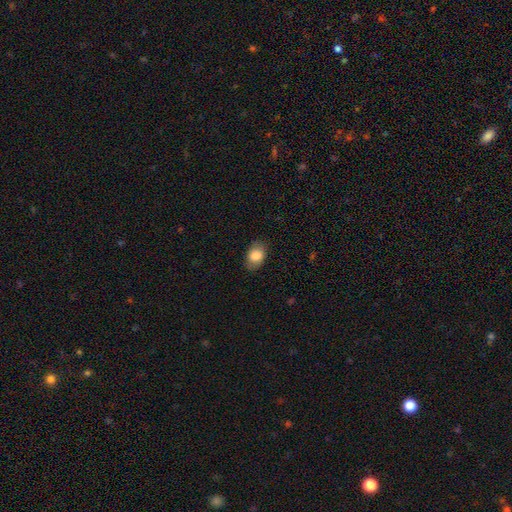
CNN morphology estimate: A smooth galaxy with no disk features (83%) that is in between round and cigar-shaped (84%).

Vote fractions:
- Smooth or featured? smooth: 83% / featured or disk: 10% / star or artifact: 7%
- How rounded? in between: 84% / round: 15% / cigar-shaped: 1%
- Merging? none: 82% / minor disturbance: 14% / major disturbance: 4% / merger: 1%